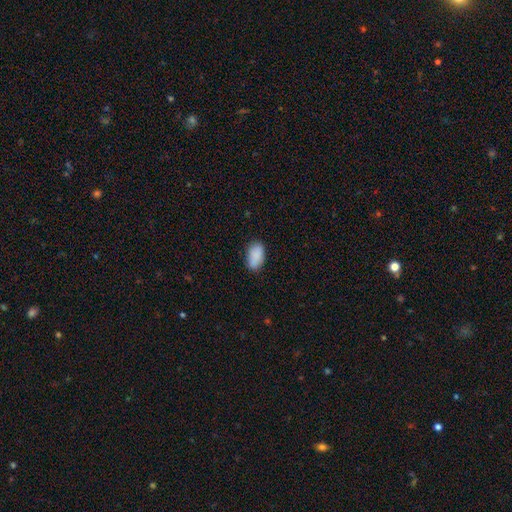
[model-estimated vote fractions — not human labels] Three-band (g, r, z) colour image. It shows a smooth galaxy with no disk features (88%) that is in between round and cigar-shaped (93%). Merging: none (77%).